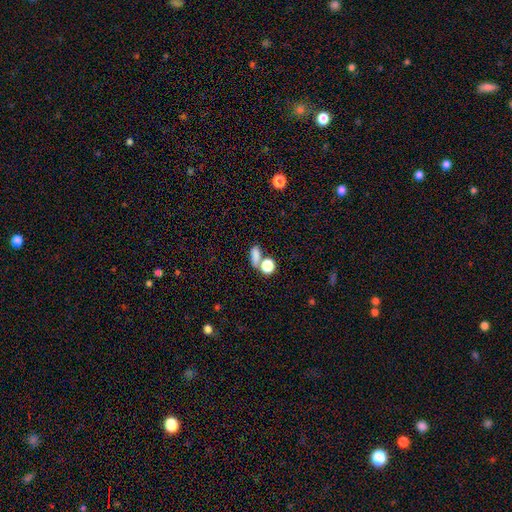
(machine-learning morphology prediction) smooth_or_featured: smooth (p=0.78) [alt: star or artifact p=0.14]
how_rounded: in between (p=0.66) [alt: round p=0.23]
merging: none (p=0.49) [alt: merger p=0.35]